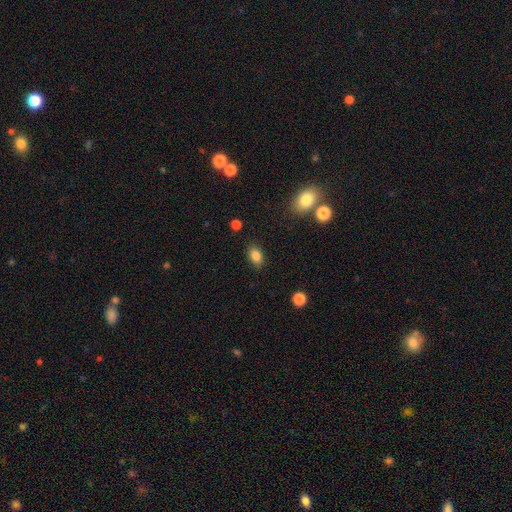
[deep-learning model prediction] This appears to be a smooth galaxy with no disk features (85%) that is in between round and cigar-shaped (84%). Merging: none (85%).